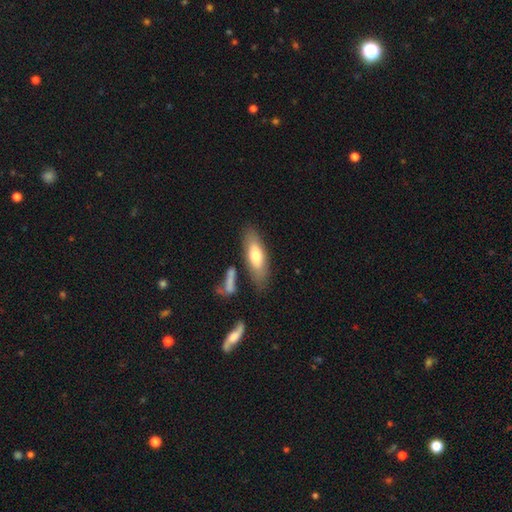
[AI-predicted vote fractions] The model was most divided on "how rounded": in between: 59%, cigar-shaped: 39%, round: 2%. More confident: merging — none (74%); smooth or featured — smooth (67%).